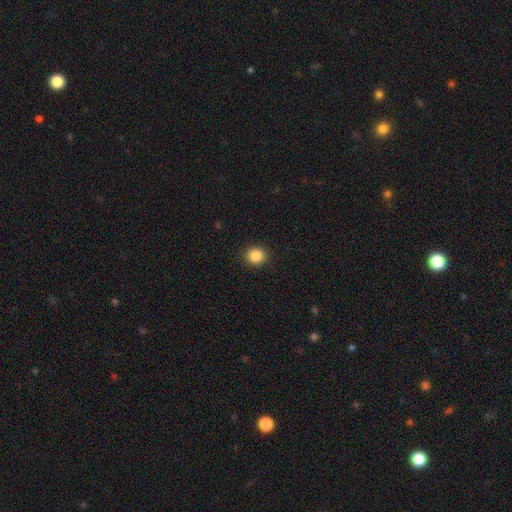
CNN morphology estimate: Smooth or featured?
  - smooth: 86% *
  - star or artifact: 10%
  - featured or disk: 4%
How rounded?
  - round: 83% *
  - in between: 16%
  - cigar-shaped: 1%
Merging?
  - none: 91% *
  - minor disturbance: 6%
  - major disturbance: 2%
  - merger: 1%